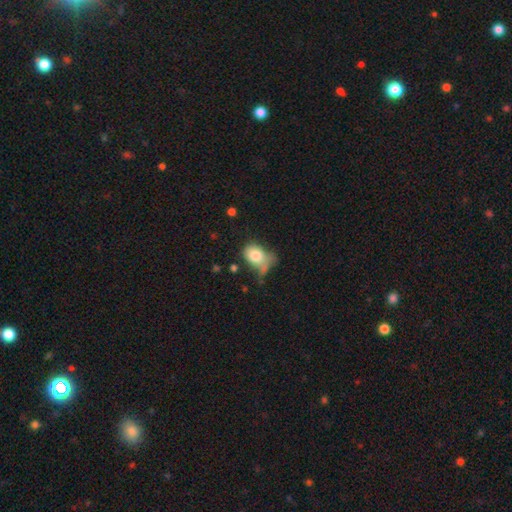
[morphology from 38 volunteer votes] Smooth or featured? smooth (79%)
How rounded? in between (53%)
Merging? merger (41%)